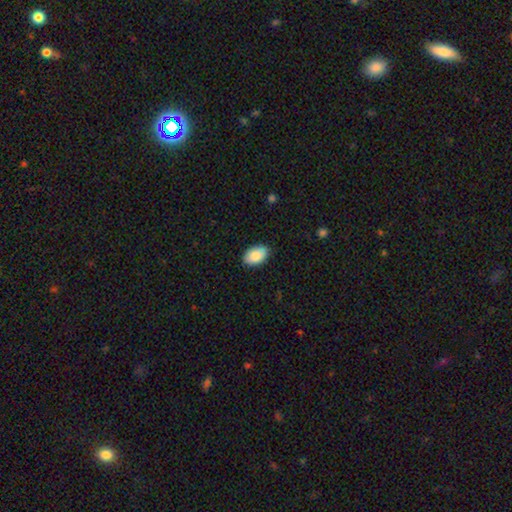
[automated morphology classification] Q: Smooth or featured?
A: smooth (87%); runner-up: featured or disk (6%)
Q: How rounded?
A: in between (93%); runner-up: round (5%)
Q: Merging?
A: none (87%); runner-up: minor disturbance (10%)